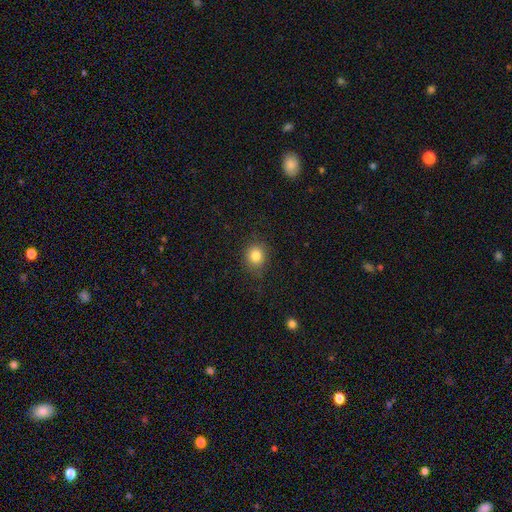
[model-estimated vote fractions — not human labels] The model was most divided on "how rounded": round: 79%, in between: 20%, cigar-shaped: 1%. More confident: smooth or featured — smooth (83%); merging — none (83%).